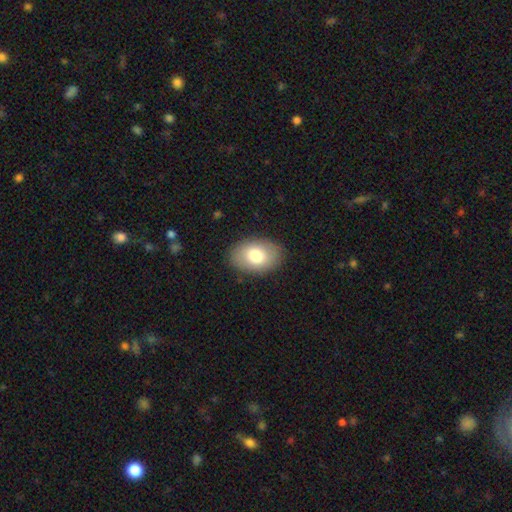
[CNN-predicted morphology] type=smooth (78%); roundness=in between (87%); merging=none (87%).